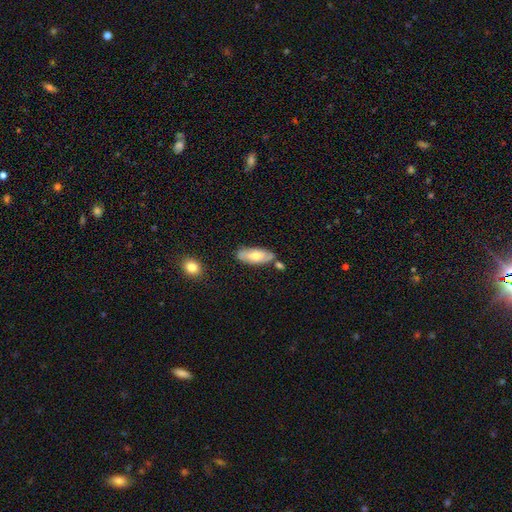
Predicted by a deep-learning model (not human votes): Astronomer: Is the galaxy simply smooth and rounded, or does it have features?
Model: smooth — 59%.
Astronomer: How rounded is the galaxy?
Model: in between — 78%.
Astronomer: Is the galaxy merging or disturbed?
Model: none — 71%.